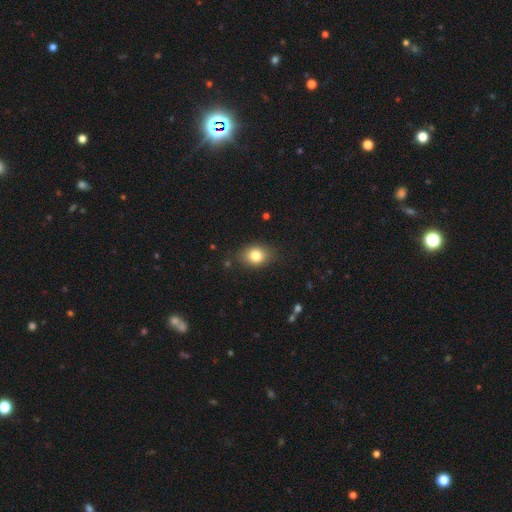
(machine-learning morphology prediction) This appears to be a smooth galaxy with no disk features (81%) that is in between round and cigar-shaped (63%). Merging: none (83%).